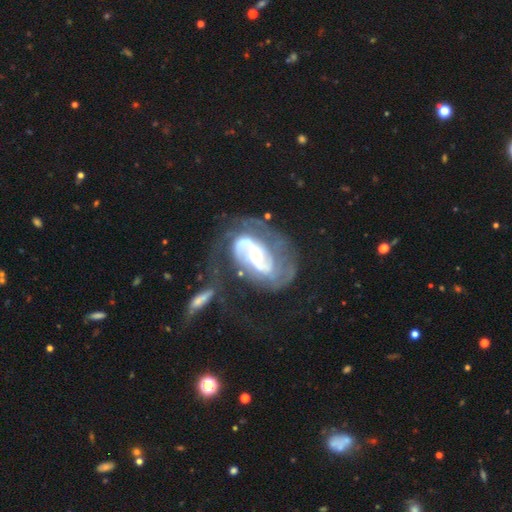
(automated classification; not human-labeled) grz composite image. It shows a featured or disk galaxy (89%) with no bar (55%), 2 (64%) tight (43%) spiral arms (94%) and a moderate central bulge (66%). Merging: none (41%).